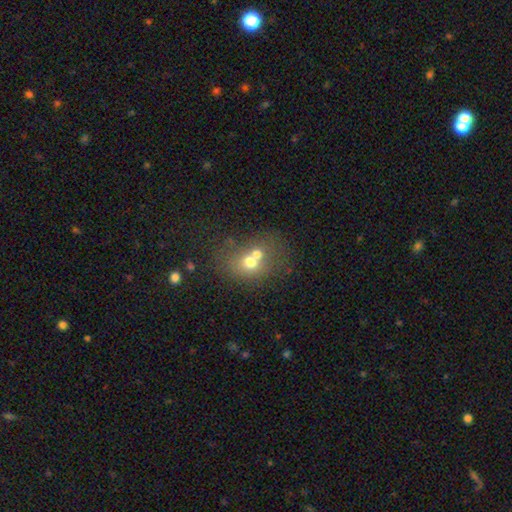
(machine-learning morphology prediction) This is possibly a smooth galaxy (59%). How rounded: possibly round (58%). Merging: possibly merger (55%).